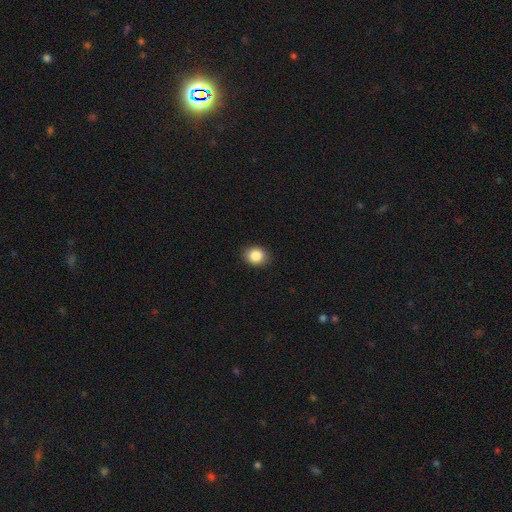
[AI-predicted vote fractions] Overall: smooth (86%). How rounded: round (60%; in between 39%). Merging: none (90%).